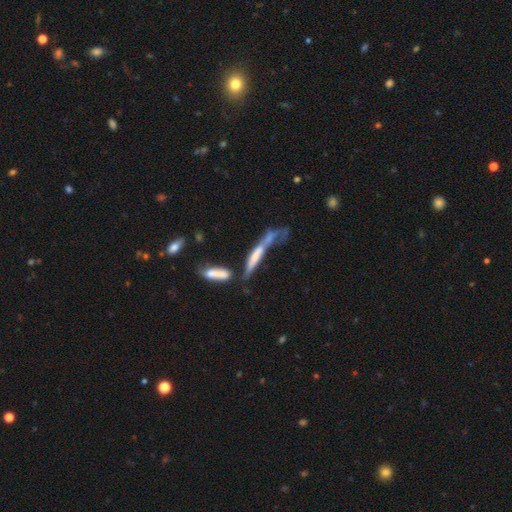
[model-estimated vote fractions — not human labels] Smooth or featured? Predicted: featured or disk (p=0.46). Merging? Predicted: merger (p=0.41).